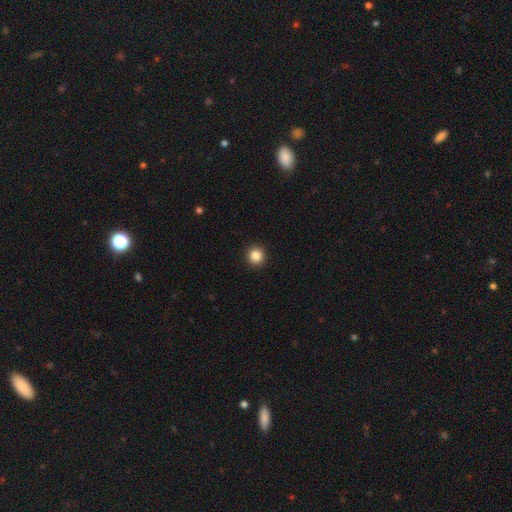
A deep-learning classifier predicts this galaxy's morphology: smooth 85%, star or artifact 10%, featured or disk 5%. Down the decision tree: how rounded — round (94%); merging — none (93%).